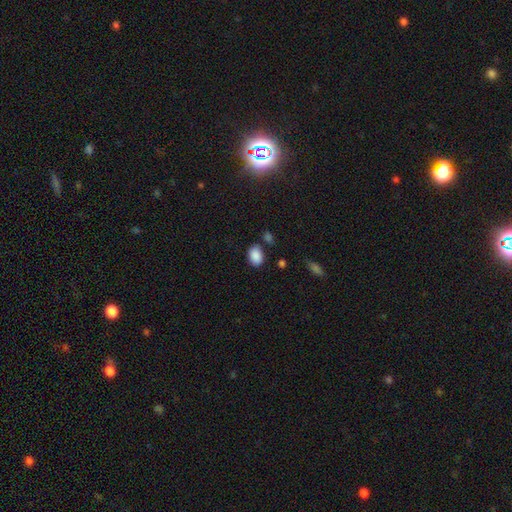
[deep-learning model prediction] Morphology: type=smooth (89%); roundness=in between (83%); merging=none (76%).